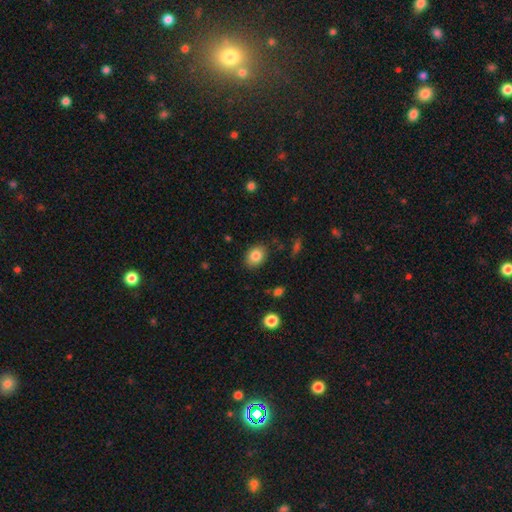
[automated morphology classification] smooth-or-featured: smooth: 84% | star or artifact: 9% | featured or disk: 7%
  how-rounded: in between: 66% | round: 33% | cigar-shaped: 1%
  merging: none: 85% | minor disturbance: 11% | major disturbance: 3% | merger: 1%